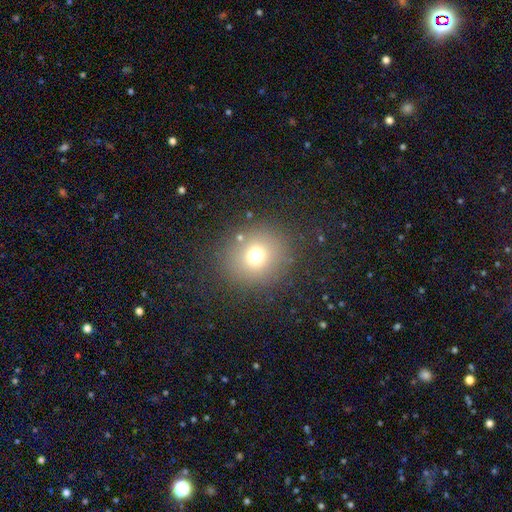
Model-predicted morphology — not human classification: Smooth or featured? smooth (70%)
How rounded? round (88%)
Merging? none (84%)